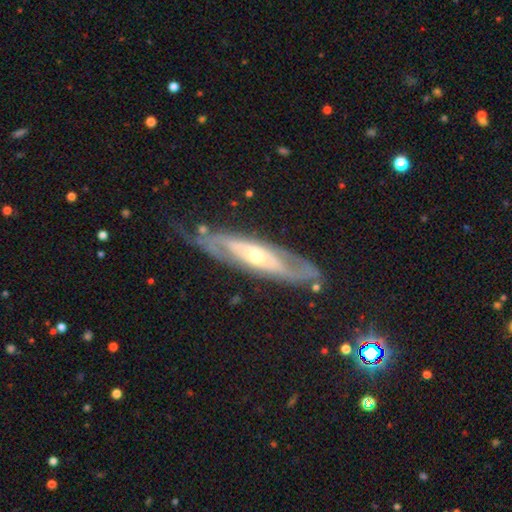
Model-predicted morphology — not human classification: Smooth or featured? featured or disk (82%)
Edge-on disk? no (75%)
Bar? no (56%)
Spiral arms? yes (84%)
Spiral winding? tight (51%)
Spiral arm count? 2 (59%)
Bulge size? moderate (49%)
Merging? none (74%)